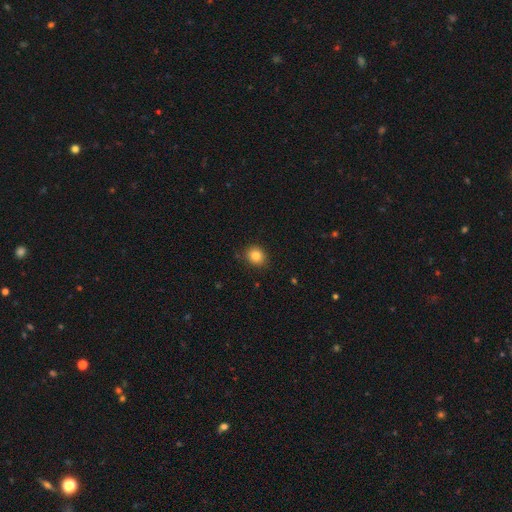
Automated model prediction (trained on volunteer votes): This is clearly a smooth galaxy (84%). How rounded: likely round (70%). Merging: clearly none (86%).